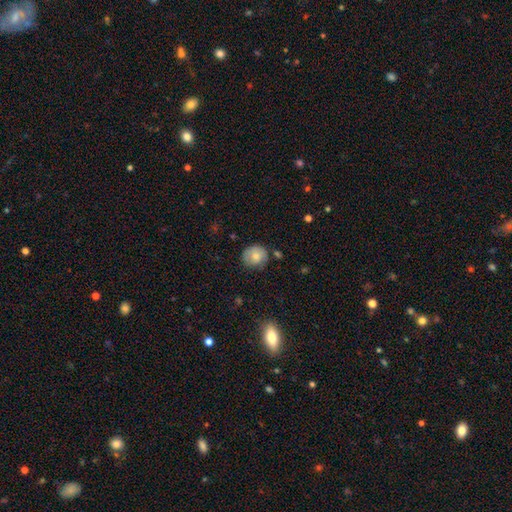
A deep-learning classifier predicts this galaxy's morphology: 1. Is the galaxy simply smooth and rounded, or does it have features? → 73% smooth, 19% featured or disk, 9% star or artifact.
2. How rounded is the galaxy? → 84% round, 15% in between, 1% cigar-shaped.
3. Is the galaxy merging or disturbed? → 72% none, 21% minor disturbance, 4% major disturbance, 3% merger.